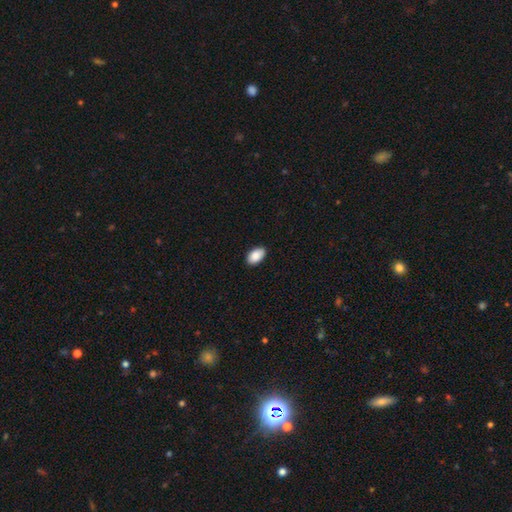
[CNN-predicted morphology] Q: Smooth or featured?
A: smooth (89%); runner-up: star or artifact (7%)
Q: How rounded?
A: in between (94%); runner-up: round (5%)
Q: Merging?
A: none (87%); runner-up: minor disturbance (10%)